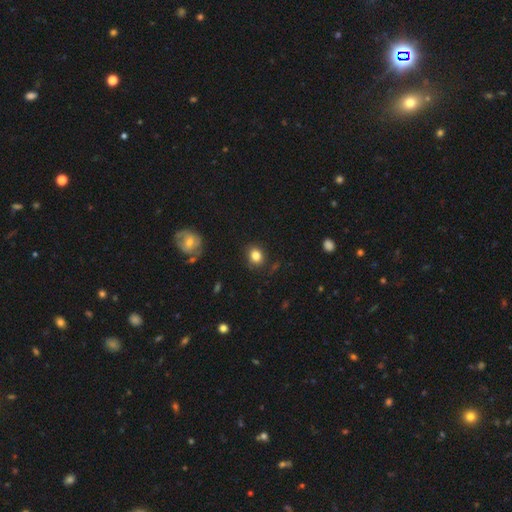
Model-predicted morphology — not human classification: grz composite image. It shows a smooth galaxy with no disk features (83%) that is round (63%). Merging: none (85%).